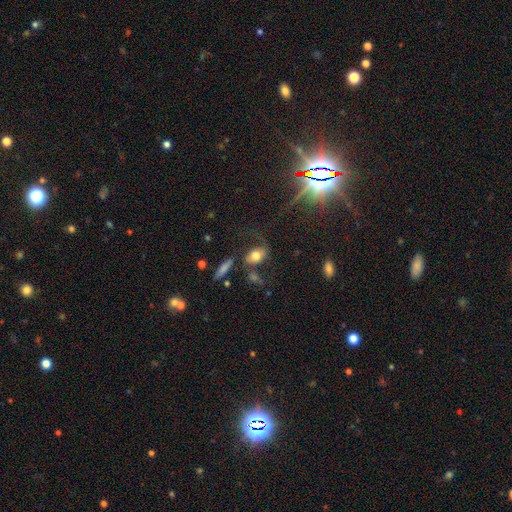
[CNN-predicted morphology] The model was most divided on "smooth or featured": smooth: 57%, featured or disk: 33%, star or artifact: 10%. Remaining: how rounded — in between (80%); merging — none (48%).